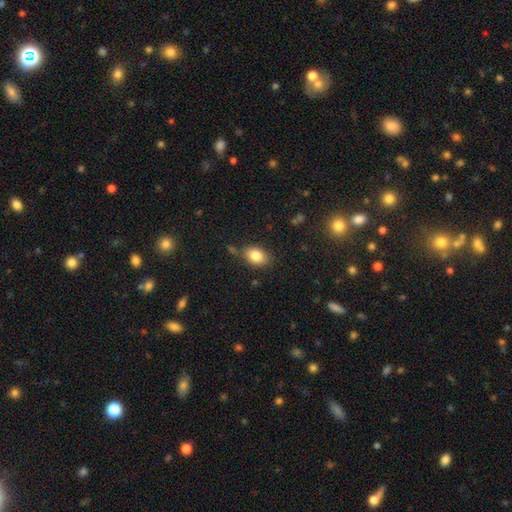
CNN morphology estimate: Overall: smooth (83%). How rounded: in between (79%). Merging: none (76%).